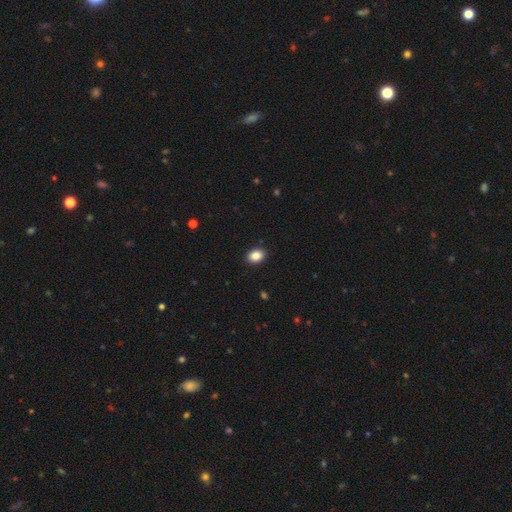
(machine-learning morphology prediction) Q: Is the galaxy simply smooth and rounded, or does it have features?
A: smooth — 88%.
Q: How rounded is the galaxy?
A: in between — 75%.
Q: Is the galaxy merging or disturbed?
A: none — 90%.